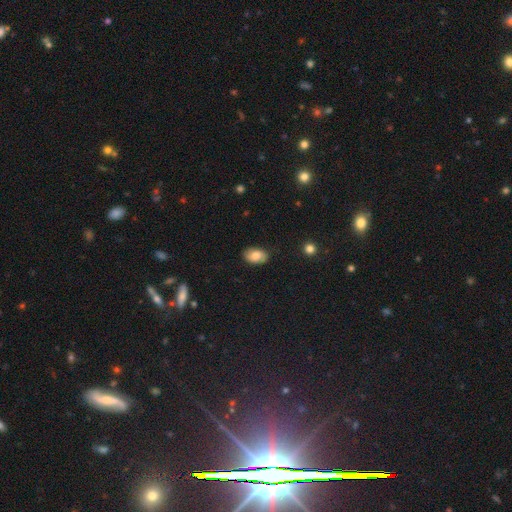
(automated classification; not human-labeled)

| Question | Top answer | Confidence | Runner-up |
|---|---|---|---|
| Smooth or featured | smooth | 81% | featured or disk (12%) |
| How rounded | in between | 90% | round (8%) |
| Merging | none | 84% | minor disturbance (13%) |